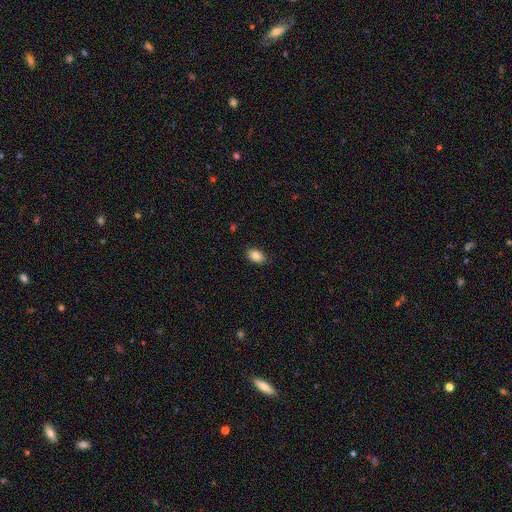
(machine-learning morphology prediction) This appears to be a smooth galaxy with no disk features (86%) that is in between round and cigar-shaped (84%). Merging: none (87%).